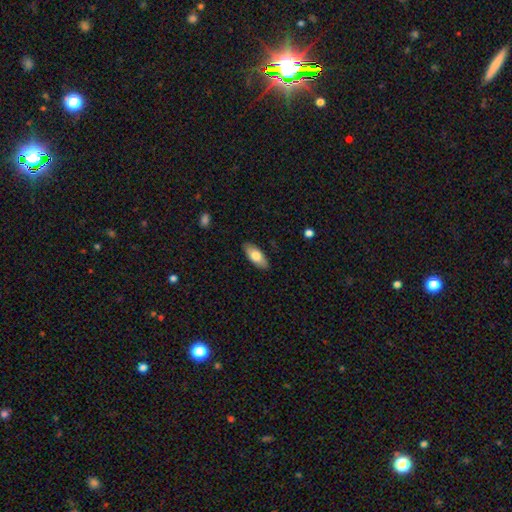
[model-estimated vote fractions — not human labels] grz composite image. It shows a smooth galaxy with no disk features (76%) that is in between round and cigar-shaped (86%). Merging: none (88%).